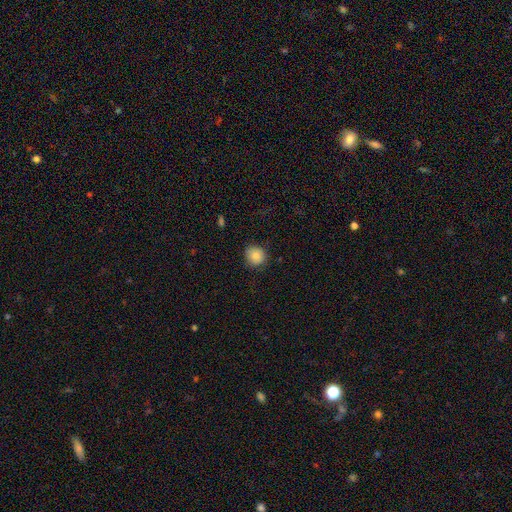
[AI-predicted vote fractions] A smooth galaxy with no disk features (84%) that is round (87%).

Vote fractions:
- Smooth or featured? smooth: 84% / star or artifact: 9% / featured or disk: 7%
- How rounded? round: 87% / in between: 12% / cigar-shaped: 1%
- Merging? none: 84% / minor disturbance: 13% / major disturbance: 3% / merger: 1%